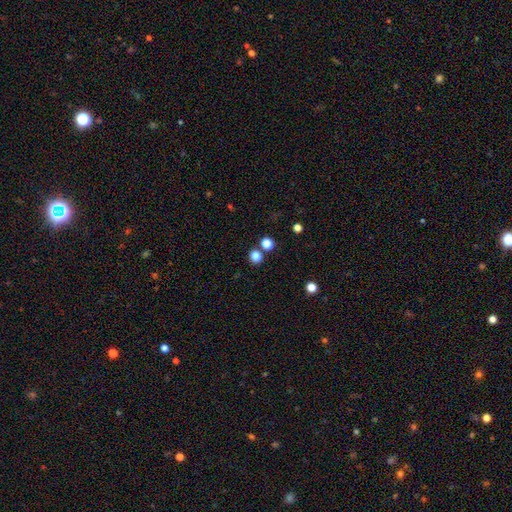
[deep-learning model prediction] smooth 81%, star or artifact 14%, featured or disk 4%. Down the decision tree: how rounded — round (89%); merging — none (79%).